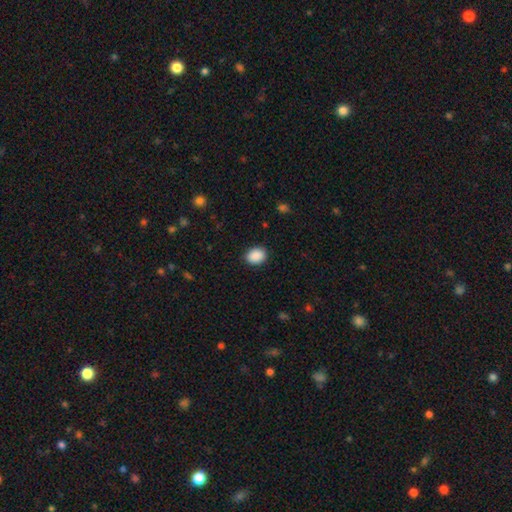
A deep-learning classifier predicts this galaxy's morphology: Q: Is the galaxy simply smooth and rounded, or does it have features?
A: smooth — 90%.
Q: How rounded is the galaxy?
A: in between — 60%.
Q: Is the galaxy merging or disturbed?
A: none — 88%.